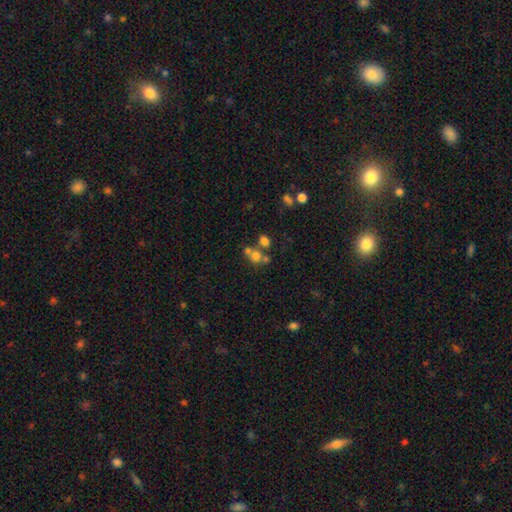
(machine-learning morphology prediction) smooth_or_featured: smooth (p=0.64) [alt: star or artifact p=0.18]
how_rounded: round (p=0.73) [alt: in between p=0.26]
merging: merger (p=0.45) [alt: none p=0.41]